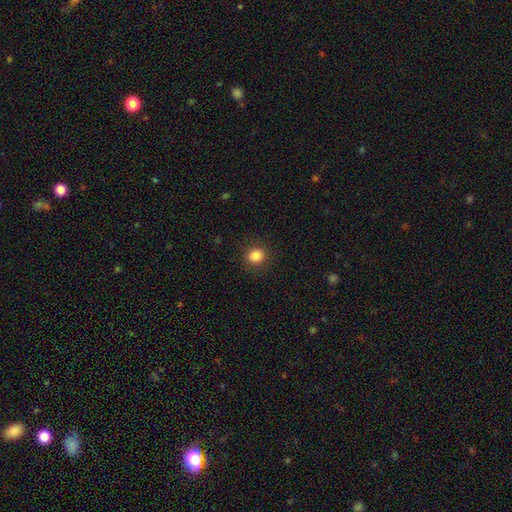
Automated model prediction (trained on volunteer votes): This appears to be a smooth galaxy with no disk features (85%) that is round (83%). Merging: none (90%).